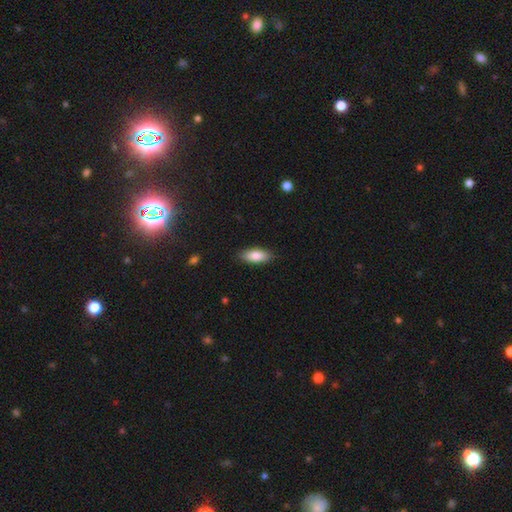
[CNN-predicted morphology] The model was most divided on "how rounded": in between: 80%, cigar-shaped: 17%, round: 2%. More confident: merging — none (86%); smooth or featured — smooth (85%).